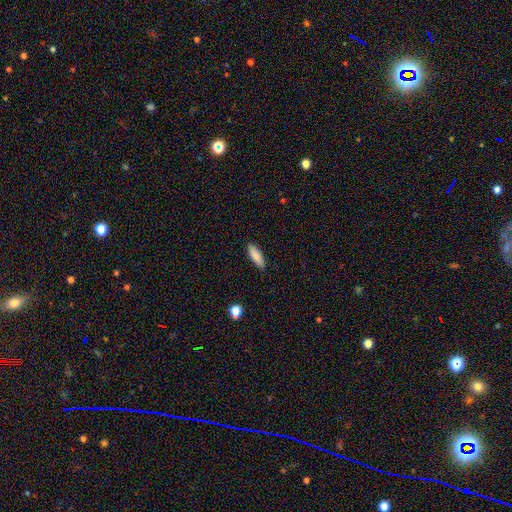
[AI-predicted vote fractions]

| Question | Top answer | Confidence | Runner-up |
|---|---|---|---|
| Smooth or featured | smooth | 86% | featured or disk (8%) |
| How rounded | in between | 51% | cigar-shaped (47%) |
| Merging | none | 89% | minor disturbance (8%) |